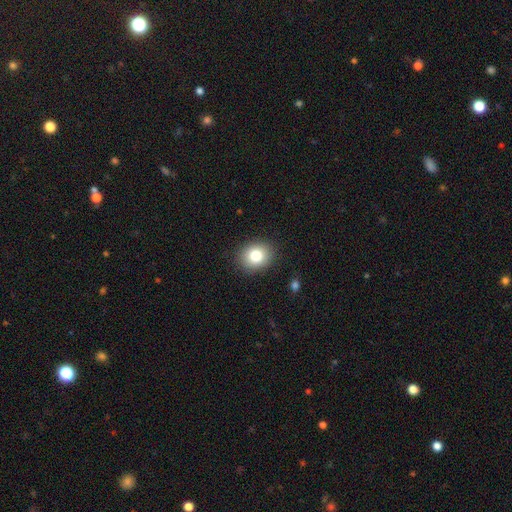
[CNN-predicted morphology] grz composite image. It shows a smooth galaxy with no disk features (80%) that is round (58%). Merging: none (89%).